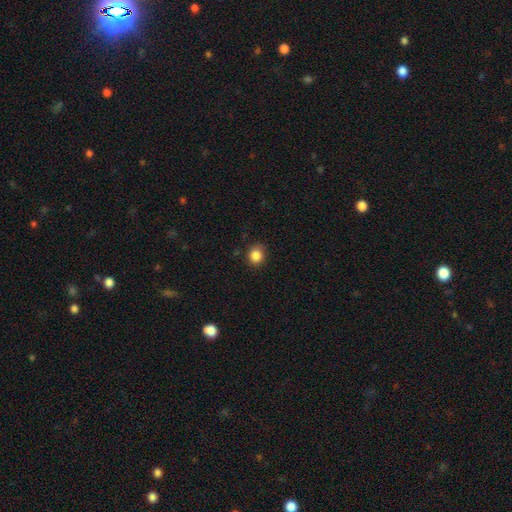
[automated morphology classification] Q: Smooth or featured?
A: smooth (85%); runner-up: star or artifact (11%)
Q: How rounded?
A: round (77%); runner-up: in between (22%)
Q: Merging?
A: none (82%); runner-up: minor disturbance (14%)